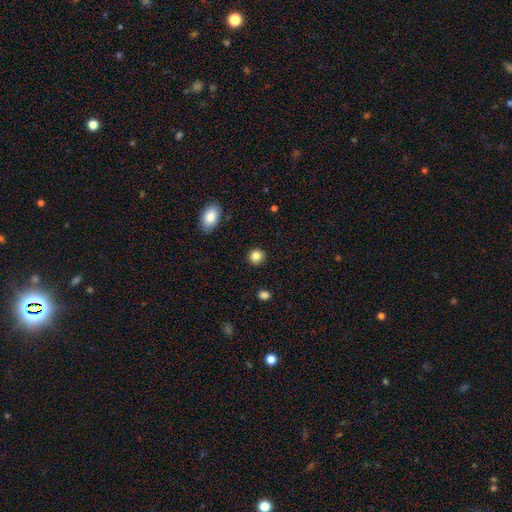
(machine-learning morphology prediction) Overall: smooth (85%). How rounded: round (88%). Merging: none (89%).